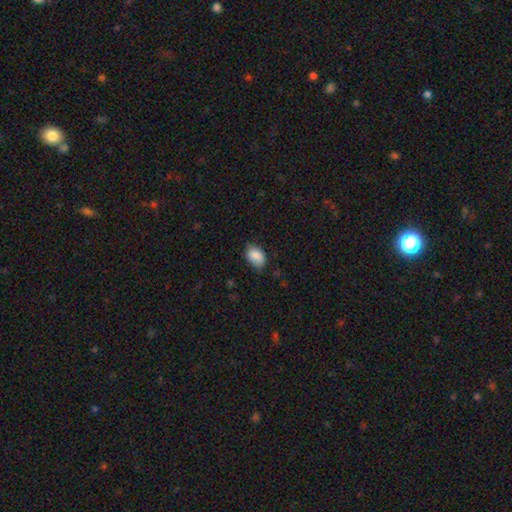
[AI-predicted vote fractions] Q: Smooth or featured?
A: smooth (86%); runner-up: star or artifact (7%)
Q: How rounded?
A: in between (82%); runner-up: round (17%)
Q: Merging?
A: none (64%); runner-up: minor disturbance (29%)